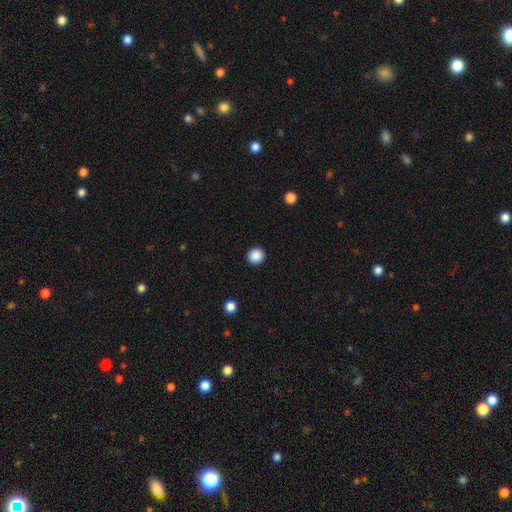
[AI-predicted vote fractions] This appears to be a smooth galaxy with no disk features (88%) that is round (94%). Merging: none (93%).